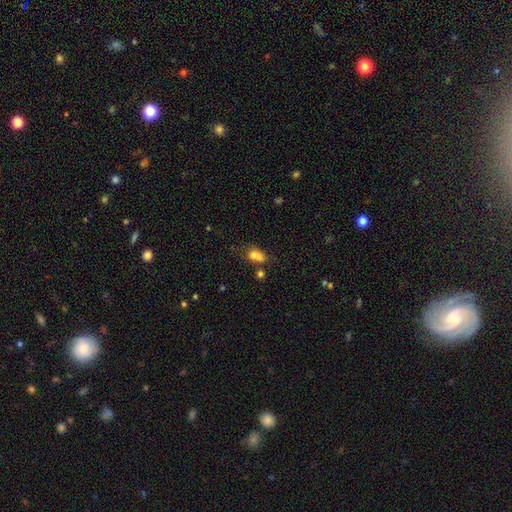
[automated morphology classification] Smooth or featured? smooth (73%)
How rounded? in between (62%)
Merging? merger (44%)